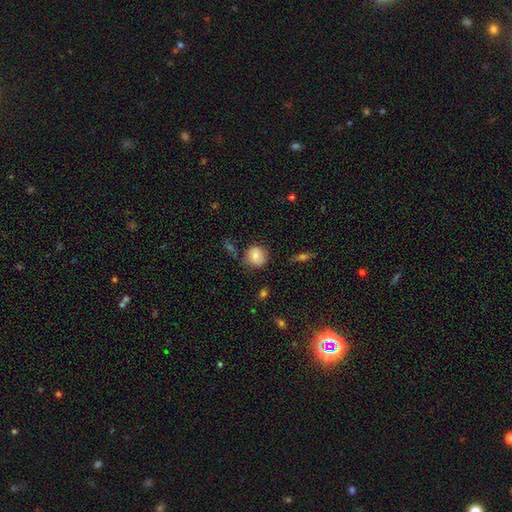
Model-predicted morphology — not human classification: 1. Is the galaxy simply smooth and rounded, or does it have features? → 80% smooth, 12% featured or disk, 8% star or artifact.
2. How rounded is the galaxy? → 81% round, 18% in between, 1% cigar-shaped.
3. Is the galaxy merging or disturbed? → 70% none, 21% minor disturbance, 5% major disturbance, 4% merger.